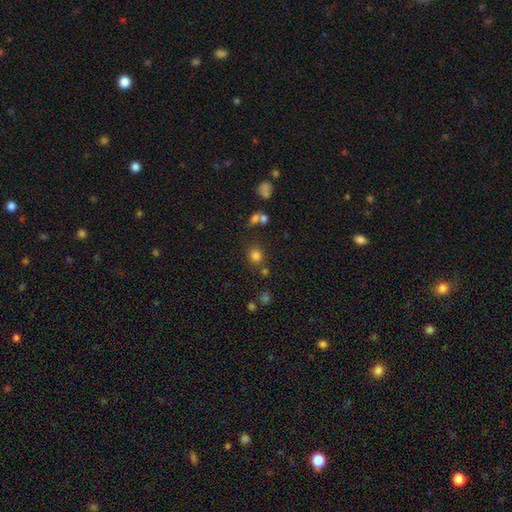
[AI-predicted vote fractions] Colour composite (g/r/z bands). It shows a smooth galaxy with no disk features (79%) that is round (85%). Merging: none (73%).